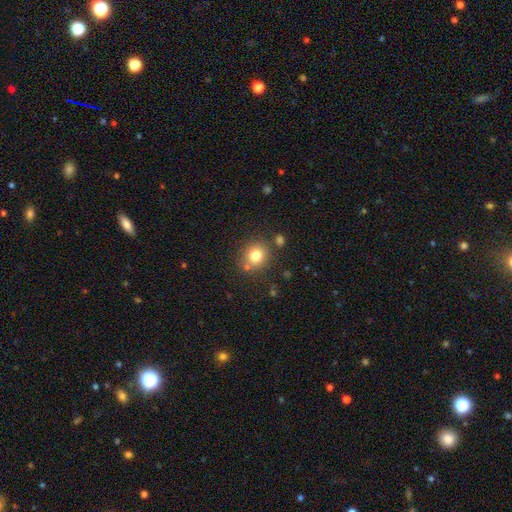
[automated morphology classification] Smooth or featured? Predicted: smooth (p=0.79). How rounded? Predicted: round (p=0.82). Merging? Predicted: none (p=0.77).